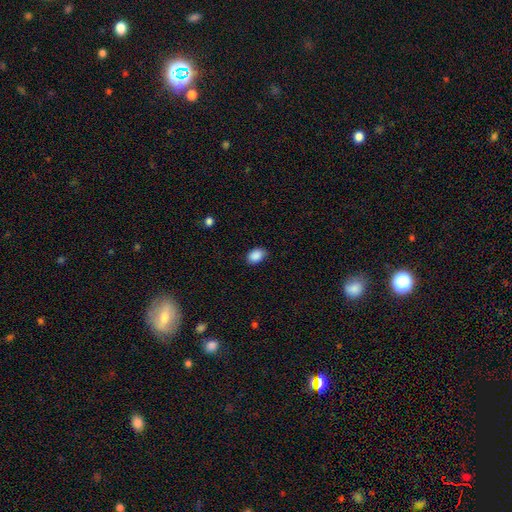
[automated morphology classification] smooth 89%, star or artifact 8%, featured or disk 3%. Down the decision tree: how rounded — in between (81%); merging — none (81%).